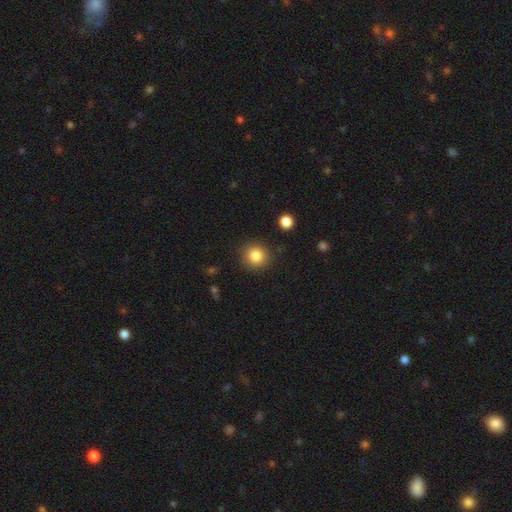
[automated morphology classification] Smooth or featured?
  - smooth: 84% *
  - star or artifact: 10%
  - featured or disk: 6%
How rounded?
  - round: 92% *
  - in between: 8%
  - cigar-shaped: 1%
Merging?
  - none: 89% *
  - minor disturbance: 7%
  - major disturbance: 2%
  - merger: 2%